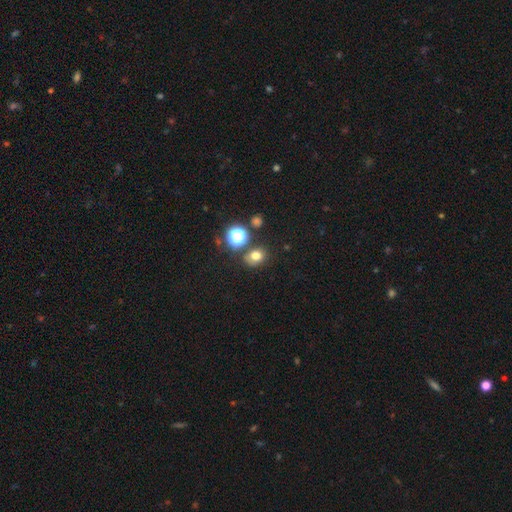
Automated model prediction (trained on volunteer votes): The model was most divided on "how rounded": round: 60%, in between: 39%, cigar-shaped: 1%. More confident: merging — none (75%); smooth or featured — smooth (72%).